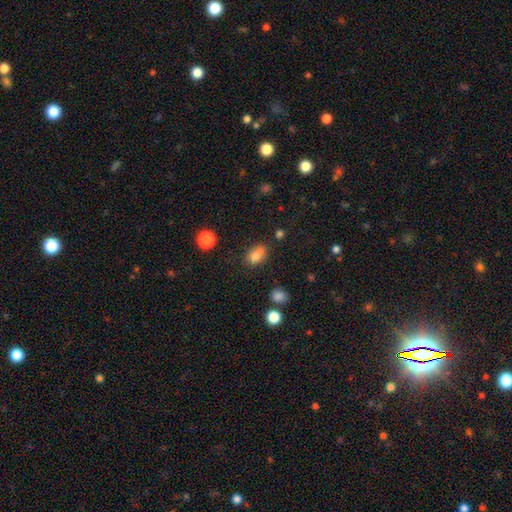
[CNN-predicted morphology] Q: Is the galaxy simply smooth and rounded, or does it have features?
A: smooth — 76%.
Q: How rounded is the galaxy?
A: in between — 67%.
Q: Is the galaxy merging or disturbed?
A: none — 48%.